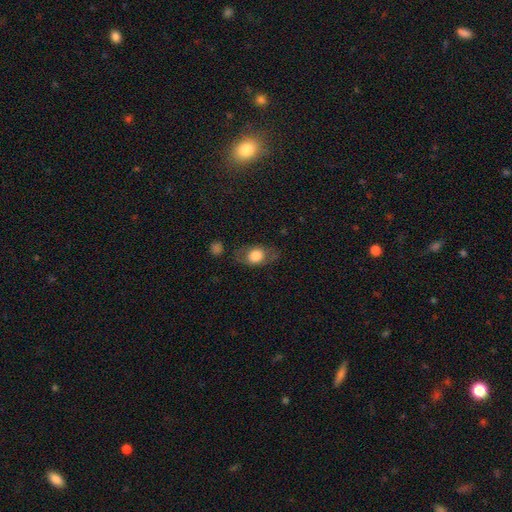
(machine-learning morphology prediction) This is likely a smooth galaxy (71%). How rounded: likely in between (73%). Merging: likely none (71%).